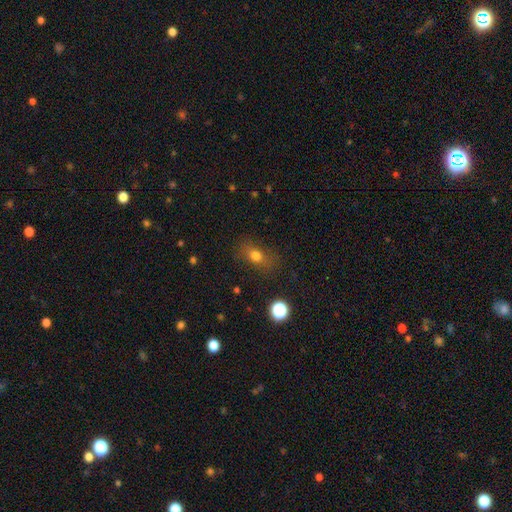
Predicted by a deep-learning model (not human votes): Overall: smooth (72%). How rounded: in between (63%; round 32%). Merging: none (73%).